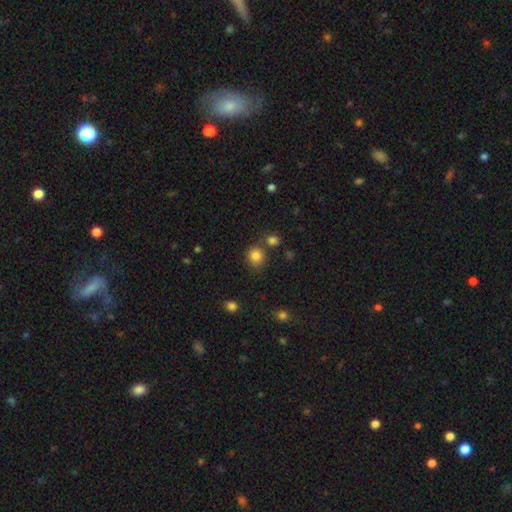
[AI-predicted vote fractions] Smooth or featured? Predicted: smooth (p=0.84). How rounded? Predicted: round (p=0.81). Merging? Predicted: none (p=0.74).